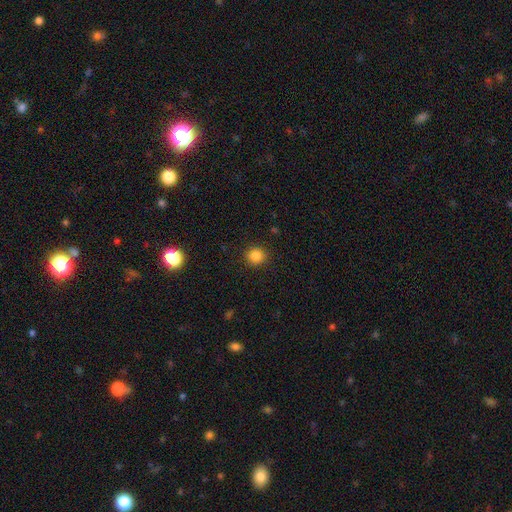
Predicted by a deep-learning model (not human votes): Smooth or featured? Predicted: smooth (p=0.84). How rounded? Predicted: round (p=0.92). Merging? Predicted: none (p=0.91).